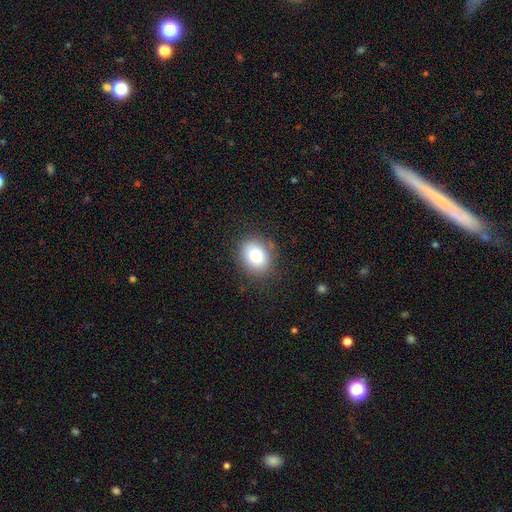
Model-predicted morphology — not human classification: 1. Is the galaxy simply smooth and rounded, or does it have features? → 82% smooth, 9% star or artifact, 9% featured or disk.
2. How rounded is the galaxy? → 51% in between, 48% round, 1% cigar-shaped.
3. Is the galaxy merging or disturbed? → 84% none, 11% minor disturbance, 3% major disturbance, 1% merger.